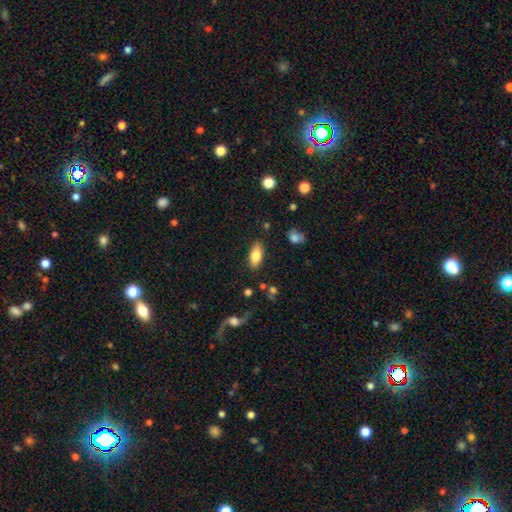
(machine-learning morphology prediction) Overall: smooth (76%). How rounded: in between (86%). Merging: none (84%).